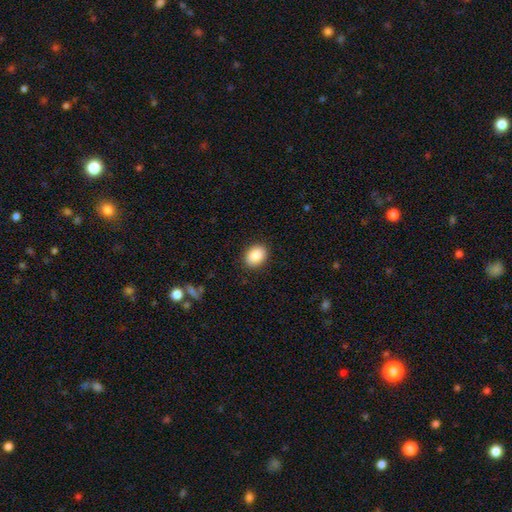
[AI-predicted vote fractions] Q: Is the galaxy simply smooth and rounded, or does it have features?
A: smooth — 88%.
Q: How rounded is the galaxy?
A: in between — 65%.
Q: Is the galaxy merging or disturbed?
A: none — 90%.